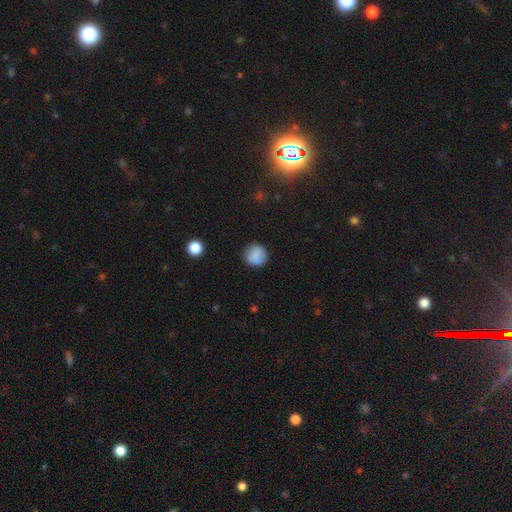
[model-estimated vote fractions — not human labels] Smooth or featured: smooth — 81% (featured or disk — 11%)
How rounded: round — 91% (in between — 8%)
Merging: none — 86% (minor disturbance — 10%)